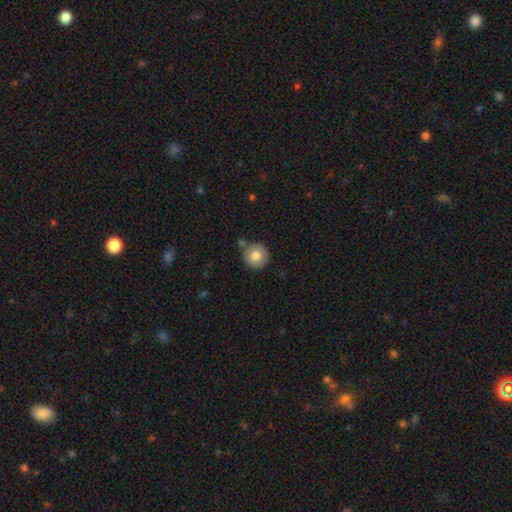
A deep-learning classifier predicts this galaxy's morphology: A smooth galaxy with no disk features (80%) that is round (94%). Merging: none (76%).